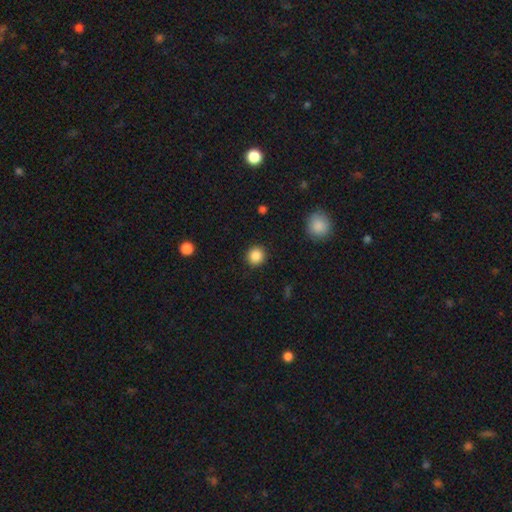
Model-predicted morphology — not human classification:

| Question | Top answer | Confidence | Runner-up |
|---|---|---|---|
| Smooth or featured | smooth | 87% | star or artifact (10%) |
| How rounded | round | 92% | in between (7%) |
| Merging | none | 91% | minor disturbance (6%) |